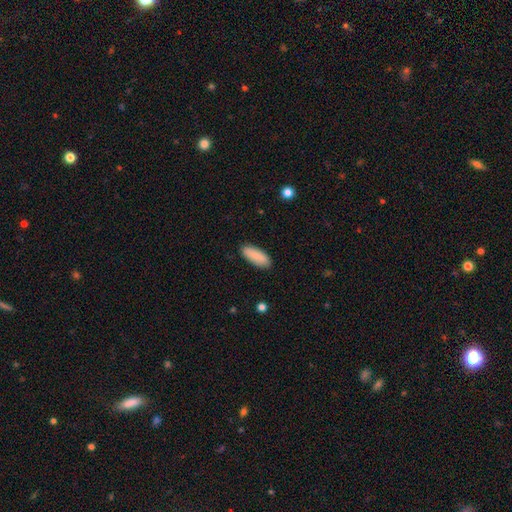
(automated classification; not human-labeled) A smooth galaxy with no disk features (89%) that is in between round and cigar-shaped (75%).

Vote fractions:
- Smooth or featured? smooth: 89% / star or artifact: 6% / featured or disk: 5%
- How rounded? in between: 75% / cigar-shaped: 23% / round: 2%
- Merging? none: 88% / minor disturbance: 9% / major disturbance: 2% / merger: 1%